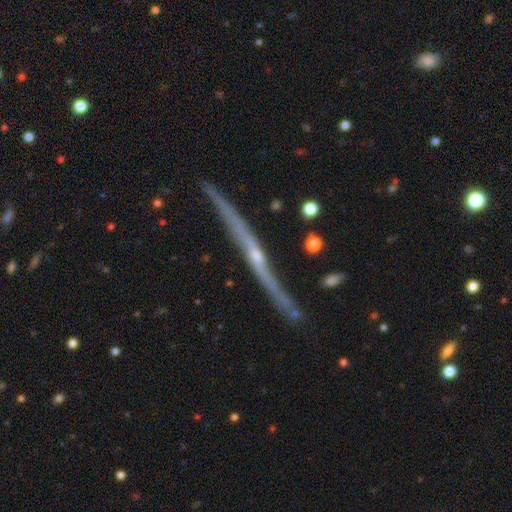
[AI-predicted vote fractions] This appears to be a featured or disk galaxy (84%) viewed edge-on (96%) with a rounded central bulge (61%). Merging: none (83%).